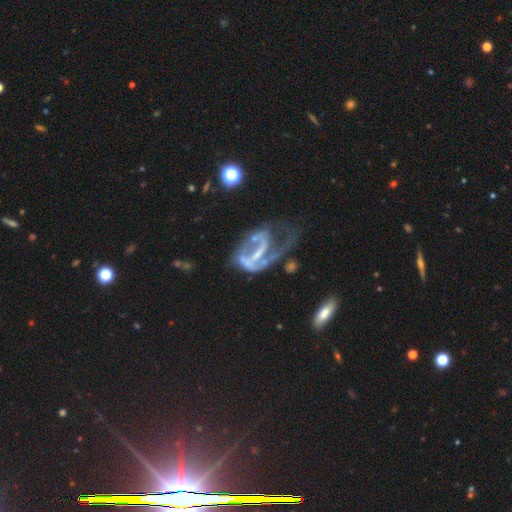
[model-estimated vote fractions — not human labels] smooth_or_featured: featured or disk (p=0.83) [alt: smooth p=0.09]
disk_edge_on: no (p=0.97) [alt: yes p=0.03]
bar: strong (p=0.38) [alt: weak p=0.37]
has_spiral_arms: yes (p=0.78) [alt: no p=0.22]
spiral_winding: loose (p=0.42) [alt: medium p=0.40]
spiral_arm_count: 2 (p=0.47) [alt: 1 p=0.36]
bulge_size: small (p=0.42) [alt: none p=0.36]
merging: major disturbance (p=0.52) [alt: none p=0.22]